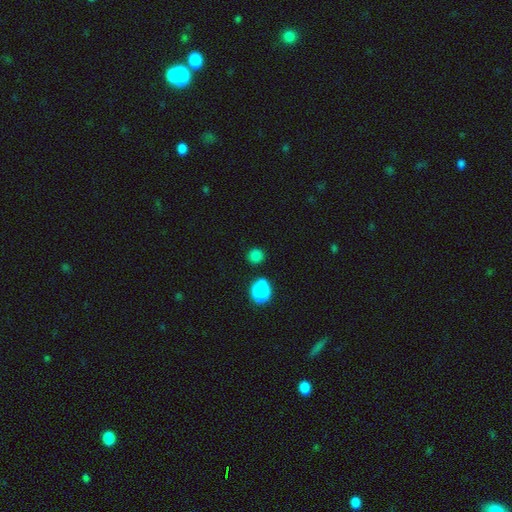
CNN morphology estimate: Overall: smooth (79%). How rounded: round (89%). Merging: none (85%).